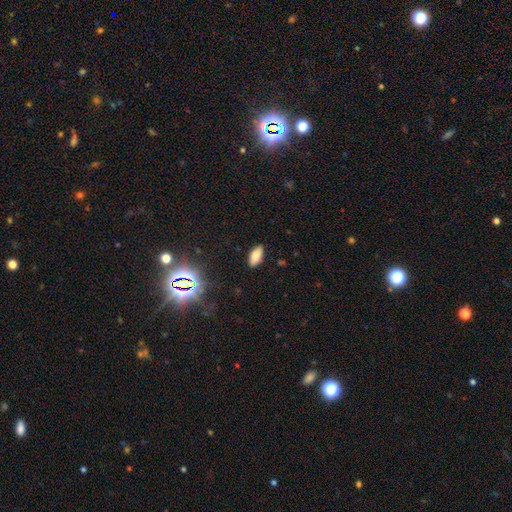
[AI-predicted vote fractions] This appears to be a smooth galaxy with no disk features (78%) that is in between round and cigar-shaped (91%). Merging: none (87%).